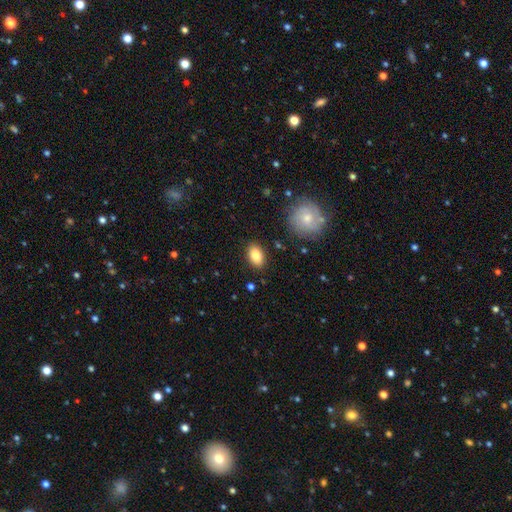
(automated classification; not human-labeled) smooth_or_featured: smooth (p=0.84) [alt: featured or disk p=0.09]
how_rounded: in between (p=0.88) [alt: round p=0.11]
merging: none (p=0.87) [alt: minor disturbance p=0.09]